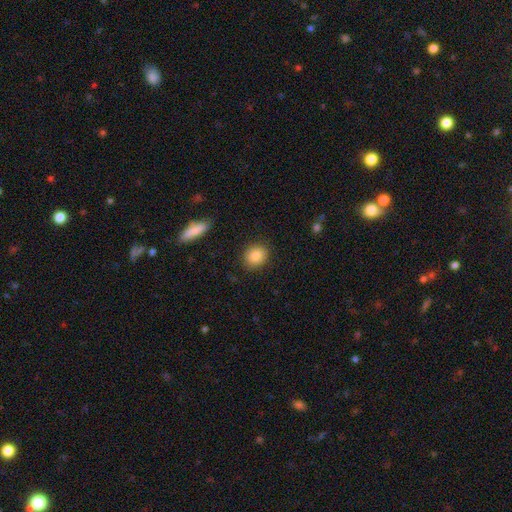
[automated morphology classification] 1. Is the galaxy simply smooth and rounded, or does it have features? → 85% smooth, 8% star or artifact, 6% featured or disk.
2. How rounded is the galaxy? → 68% round, 31% in between, 1% cigar-shaped.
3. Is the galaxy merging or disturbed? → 88% none, 8% minor disturbance, 2% major disturbance, 1% merger.